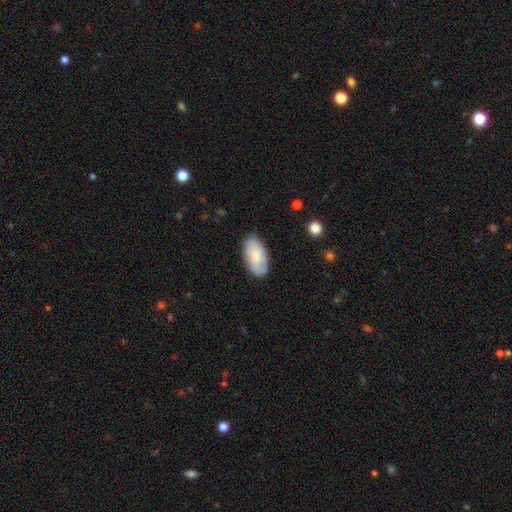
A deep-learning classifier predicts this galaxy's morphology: Overall: smooth (69%). How rounded: in between (94%). Merging: none (81%).